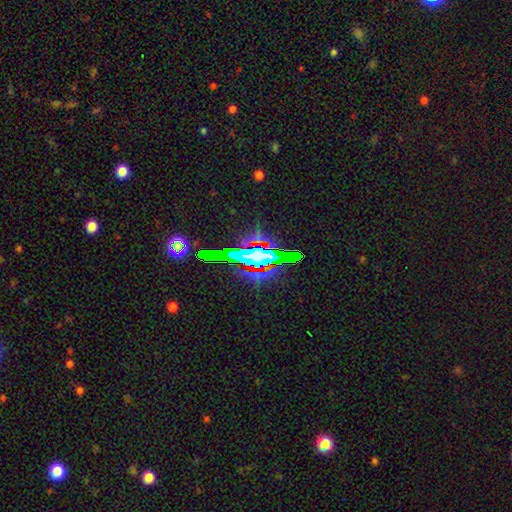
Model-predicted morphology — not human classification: Q: Smooth or featured?
A: star or artifact (55%); runner-up: featured or disk (25%)